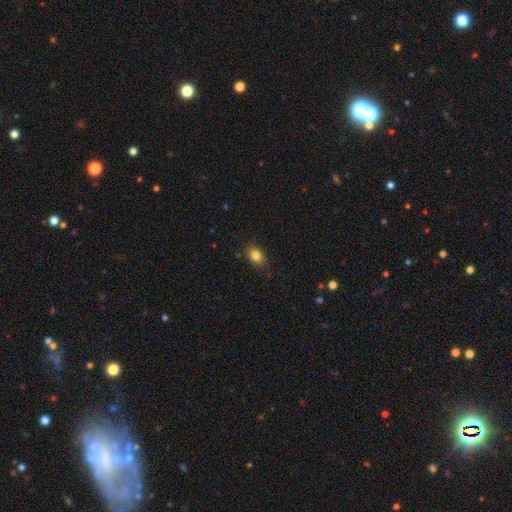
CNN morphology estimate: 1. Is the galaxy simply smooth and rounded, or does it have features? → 83% smooth, 10% star or artifact, 7% featured or disk.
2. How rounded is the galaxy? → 71% in between, 28% round, 1% cigar-shaped.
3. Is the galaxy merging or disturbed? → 84% none, 12% minor disturbance, 2% major disturbance, 1% merger.